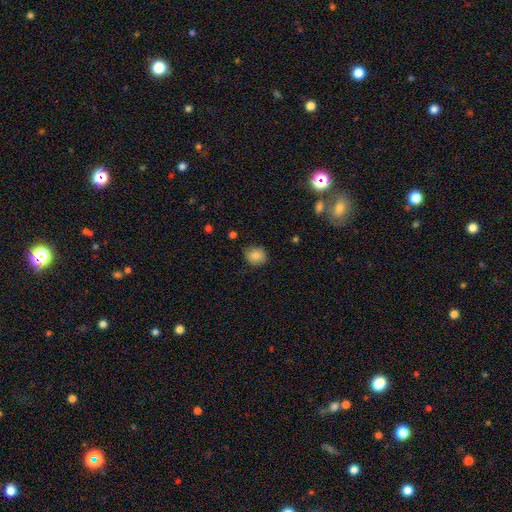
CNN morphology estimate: type=smooth (85%); roundness=round (75%); merging=none (81%).